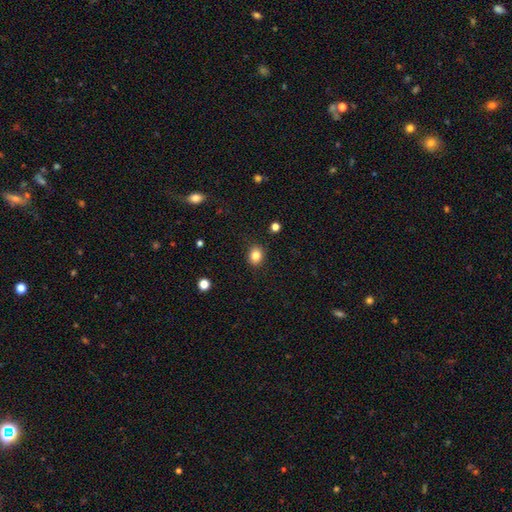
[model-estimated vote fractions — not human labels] A smooth galaxy with no disk features (83%) that is round (66%). Merging: none (89%).